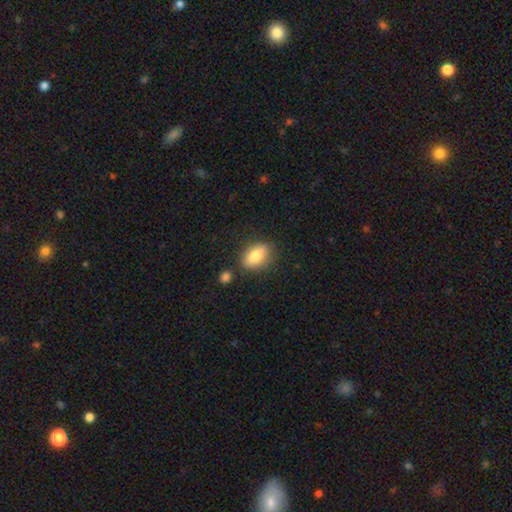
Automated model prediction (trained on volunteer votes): Smooth or featured? Predicted: smooth (p=0.79). How rounded? Predicted: in between (p=0.81). Merging? Predicted: none (p=0.77).